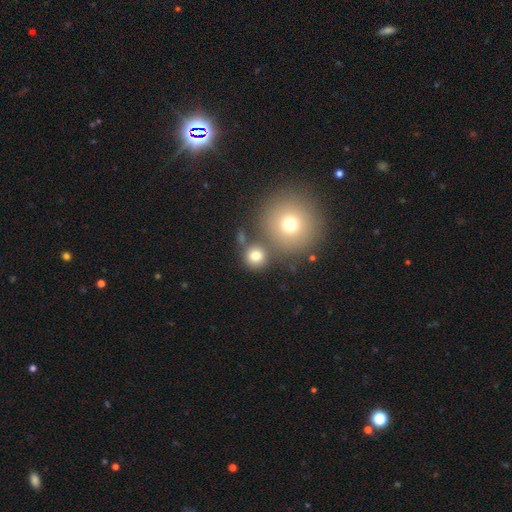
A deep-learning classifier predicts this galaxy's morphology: smooth-or-featured: smooth: 78% | star or artifact: 13% | featured or disk: 9%
  how-rounded: round: 91% | in between: 8% | cigar-shaped: 1%
  merging: none: 69% | merger: 19% | minor disturbance: 8% | major disturbance: 4%